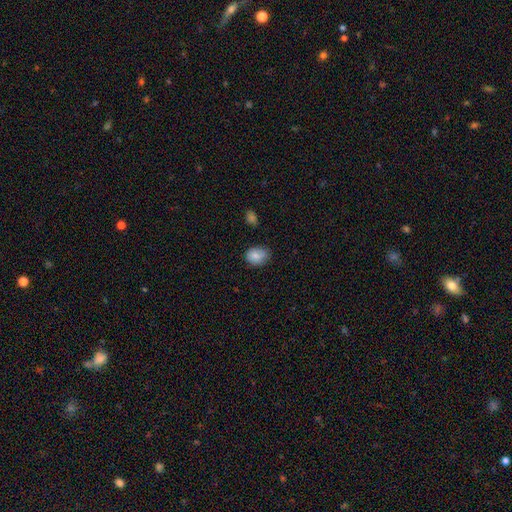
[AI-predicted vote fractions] This is clearly a smooth galaxy (84%). How rounded: possibly in between (56%). Merging: likely none (69%).